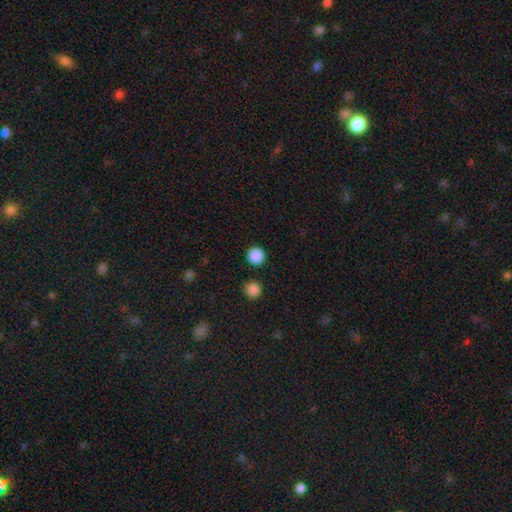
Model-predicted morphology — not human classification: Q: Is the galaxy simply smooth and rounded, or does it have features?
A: smooth — 87%.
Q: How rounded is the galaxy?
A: round — 96%.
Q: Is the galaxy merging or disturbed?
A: none — 90%.